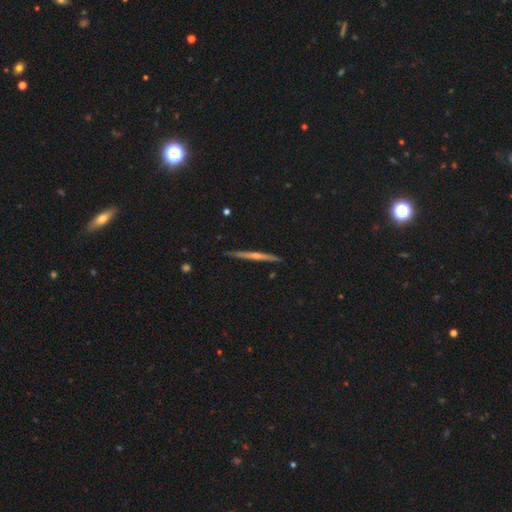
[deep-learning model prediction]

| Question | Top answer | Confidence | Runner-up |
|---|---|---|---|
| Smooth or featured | featured or disk | 68% | smooth (25%) |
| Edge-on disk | yes | 98% | no (2%) |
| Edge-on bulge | rounded | 55% | none (39%) |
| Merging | none | 91% | minor disturbance (7%) |